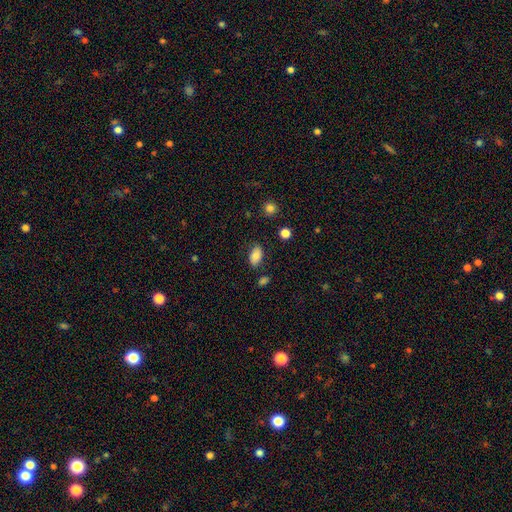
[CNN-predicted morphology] The model was most divided on "merging": none: 79%, minor disturbance: 14%, major disturbance: 4%, merger: 3%. More confident: how rounded — in between (92%); smooth or featured — smooth (83%).